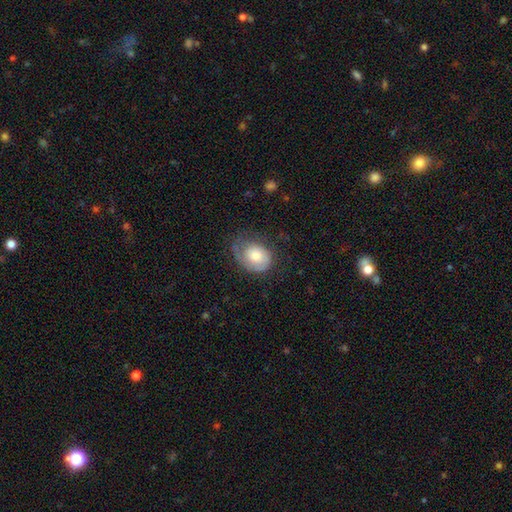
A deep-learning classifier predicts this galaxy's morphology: Smooth or featured: smooth — 47% (featured or disk — 46%)
Merging: none — 50% (minor disturbance — 28%)